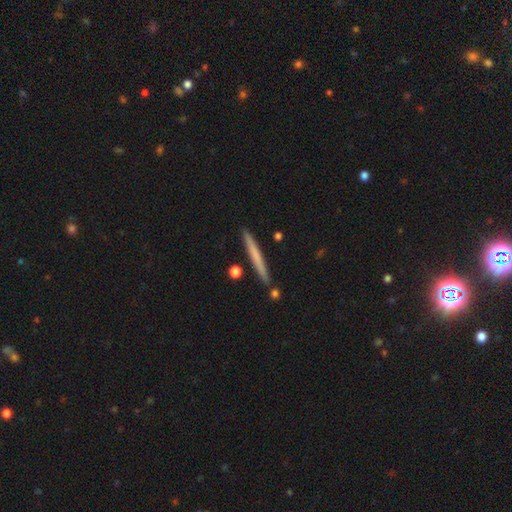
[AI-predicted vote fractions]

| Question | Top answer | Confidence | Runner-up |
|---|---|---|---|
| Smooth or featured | smooth | 58% | featured or disk (36%) |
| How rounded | cigar-shaped | 97% | in between (2%) |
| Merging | none | 87% | minor disturbance (8%) |